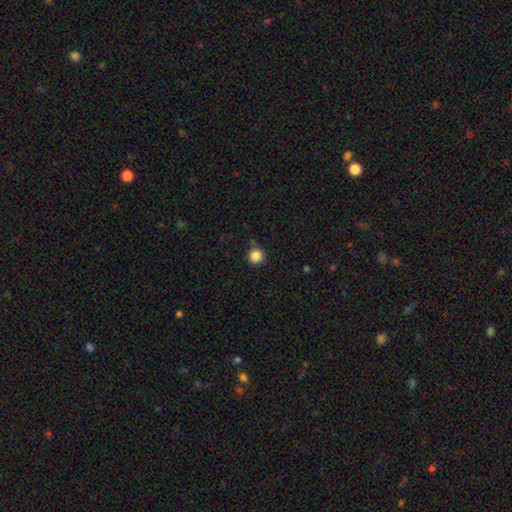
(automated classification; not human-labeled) This is clearly a smooth galaxy (86%). How rounded: clearly round (96%). Merging: clearly none (86%).